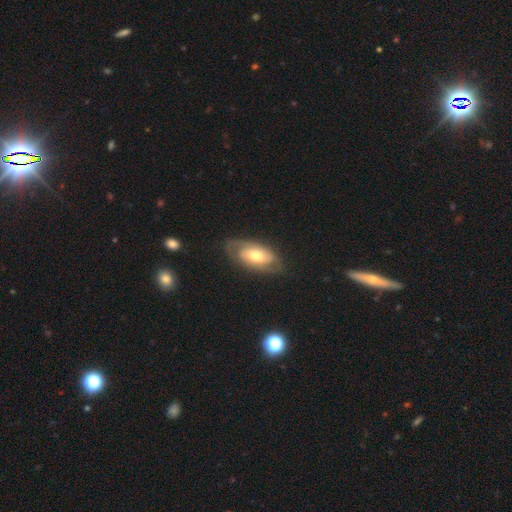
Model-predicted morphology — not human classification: type=featured or disk (68%); edge-on=no (92%); bar=no (59%); spiral arms=yes (82%); winding=tight (51%); arm count=2 (63%); bulge=moderate (66%); merging=none (72%).